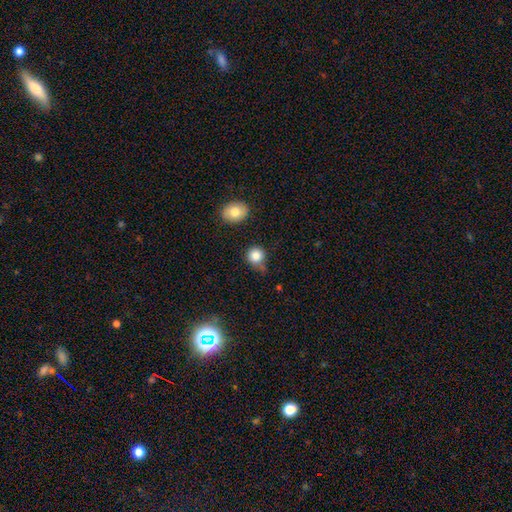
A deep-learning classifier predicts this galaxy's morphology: A smooth galaxy with no disk features (84%) that is round (88%). Merging: none (66%).